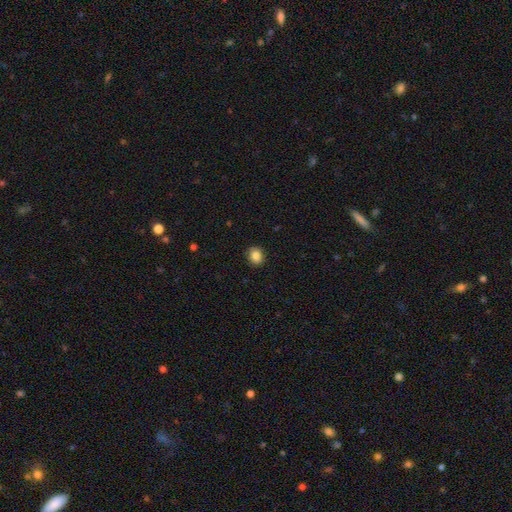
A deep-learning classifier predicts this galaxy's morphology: type=smooth (85%); roundness=round (70%); merging=none (91%).